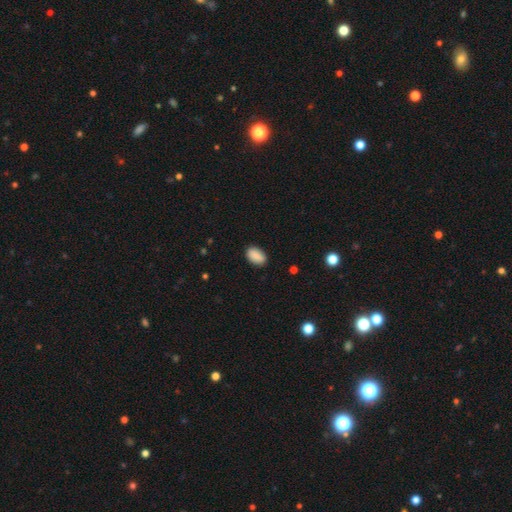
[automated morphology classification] A smooth galaxy with no disk features (89%) that is in between round and cigar-shaped (90%). Merging: none (86%).